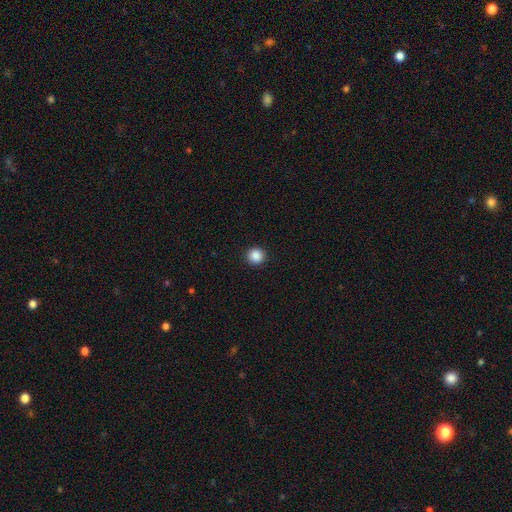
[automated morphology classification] smooth_or_featured: smooth (p=0.87) [alt: star or artifact p=0.10]
how_rounded: round (p=0.95) [alt: in between p=0.04]
merging: none (p=0.93) [alt: minor disturbance p=0.04]